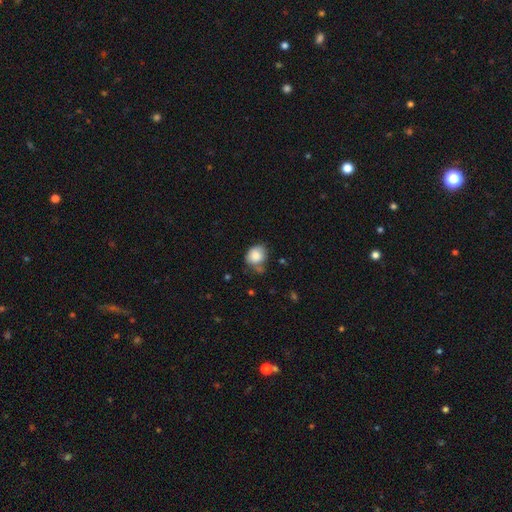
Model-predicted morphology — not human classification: Smooth or featured? Predicted: smooth (p=0.83). How rounded? Predicted: round (p=0.56). Merging? Predicted: none (p=0.50).